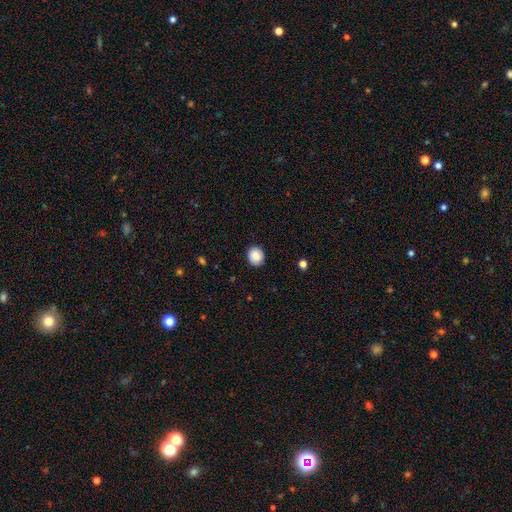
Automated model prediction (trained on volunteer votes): The model was most divided on "how rounded": round: 75%, in between: 24%, cigar-shaped: 1%. More confident: merging — none (90%); smooth or featured — smooth (87%).